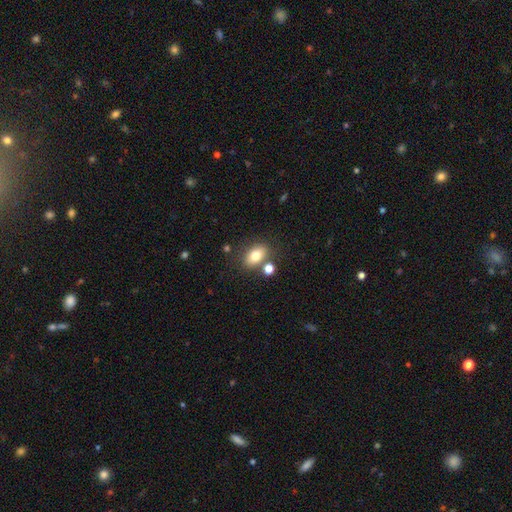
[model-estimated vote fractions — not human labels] Q: Smooth or featured?
A: smooth (78%); runner-up: featured or disk (12%)
Q: How rounded?
A: in between (80%); runner-up: round (18%)
Q: Merging?
A: none (70%); runner-up: merger (14%)